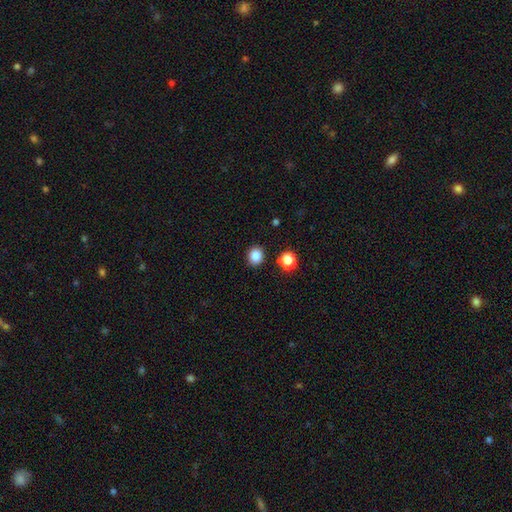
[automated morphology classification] Smooth or featured? Predicted: smooth (p=0.86). How rounded? Predicted: round (p=0.79). Merging? Predicted: none (p=0.88).